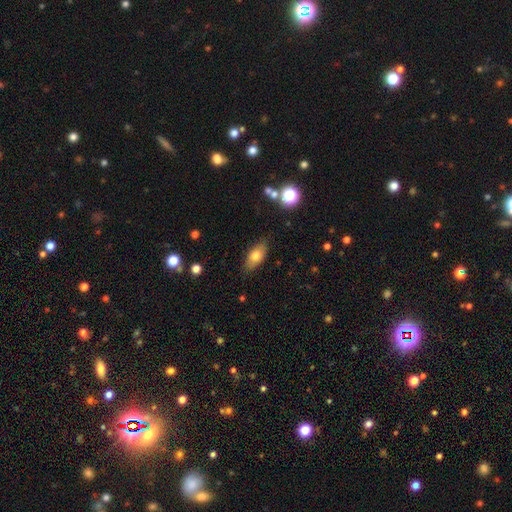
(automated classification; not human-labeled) This is likely a smooth galaxy (72%). How rounded: clearly in between (85%). Merging: clearly none (83%).